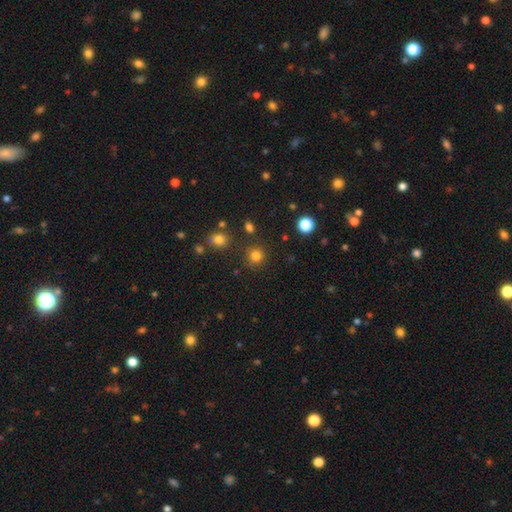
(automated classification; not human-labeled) A smooth galaxy with no disk features (80%) that is round (91%).

Vote fractions:
- Smooth or featured? smooth: 80% / star or artifact: 16% / featured or disk: 5%
- How rounded? round: 91% / in between: 8% / cigar-shaped: 1%
- Merging? none: 82% / minor disturbance: 9% / merger: 5% / major disturbance: 4%